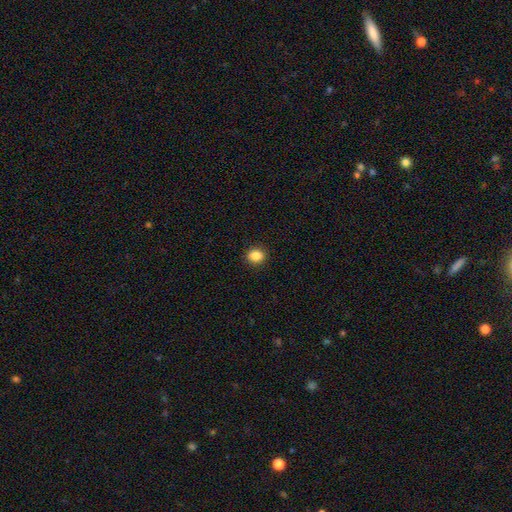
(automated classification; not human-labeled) This appears to be a smooth galaxy with no disk features (85%) that is round (67%). Merging: none (91%).